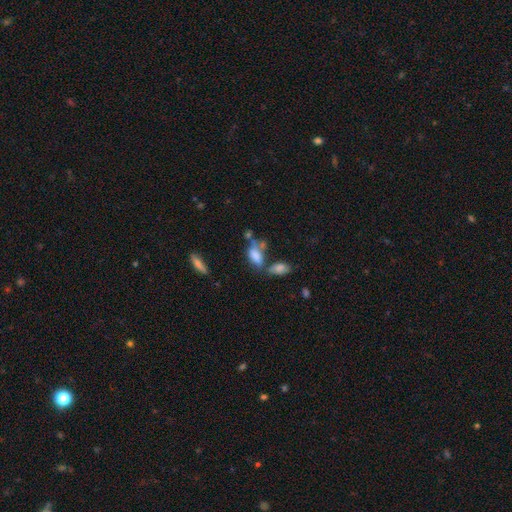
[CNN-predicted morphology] Overall: smooth (75%). How rounded: in between (88%). Merging: none (35%; merger 31%).